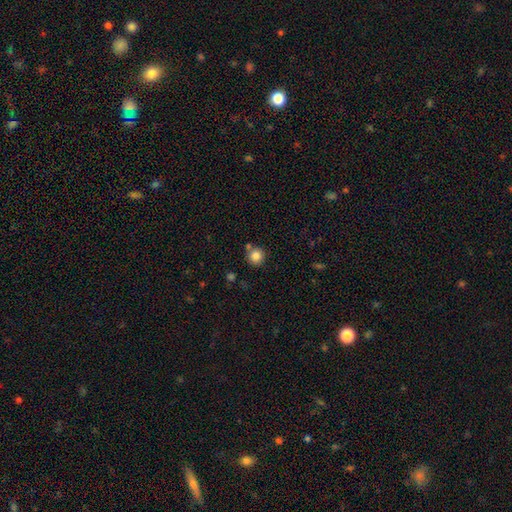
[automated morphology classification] smooth_or_featured: smooth (p=0.84) [alt: star or artifact p=0.11]
how_rounded: round (p=0.94) [alt: in between p=0.05]
merging: none (p=0.79) [alt: merger p=0.10]